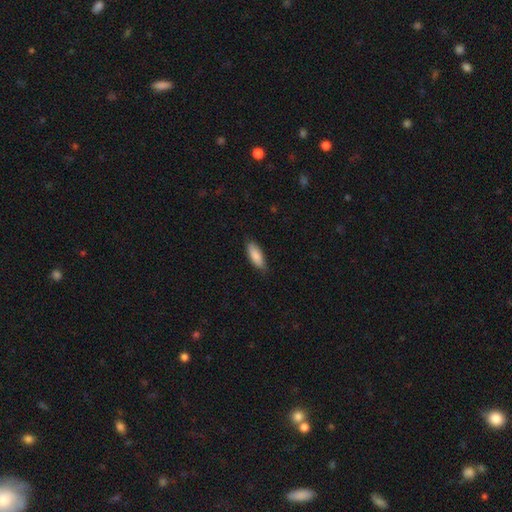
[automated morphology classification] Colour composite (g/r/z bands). It shows a smooth galaxy with no disk features (86%) that is in between round and cigar-shaped (69%). Merging: none (81%).